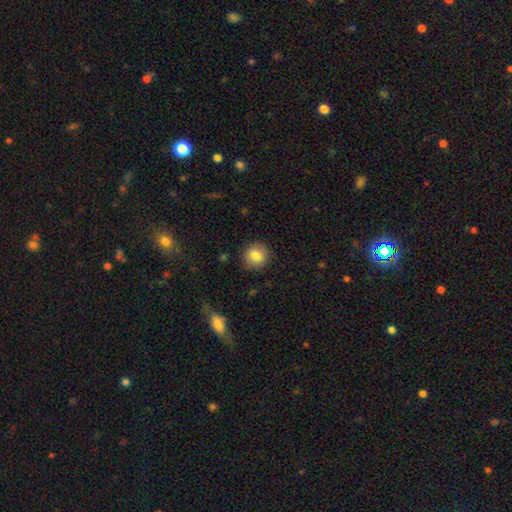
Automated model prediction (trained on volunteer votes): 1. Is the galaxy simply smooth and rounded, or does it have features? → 82% smooth, 9% star or artifact, 9% featured or disk.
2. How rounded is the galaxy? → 88% round, 11% in between, 1% cigar-shaped.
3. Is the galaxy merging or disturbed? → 89% none, 8% minor disturbance, 2% major disturbance, 1% merger.